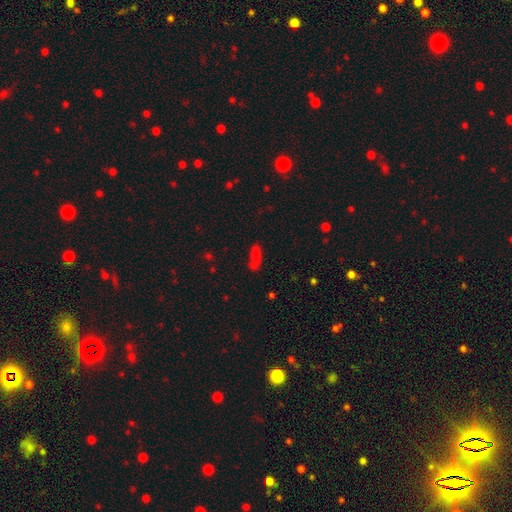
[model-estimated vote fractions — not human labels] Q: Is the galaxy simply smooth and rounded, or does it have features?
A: smooth — 76%.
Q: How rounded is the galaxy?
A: in between — 59%.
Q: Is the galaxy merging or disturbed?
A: none — 56%.